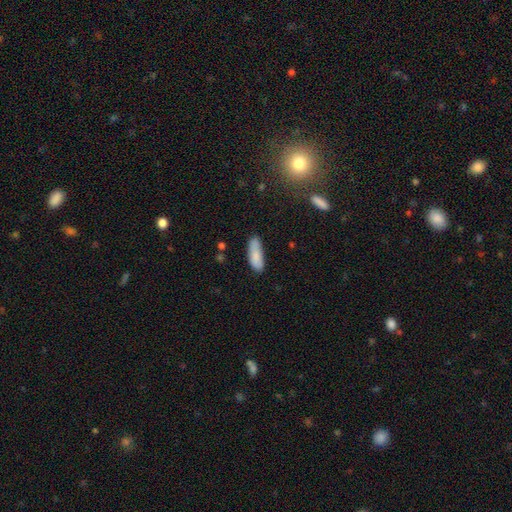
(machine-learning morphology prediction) Smooth or featured? Predicted: smooth (p=0.84). How rounded? Predicted: in between (p=0.70). Merging? Predicted: none (p=0.71).